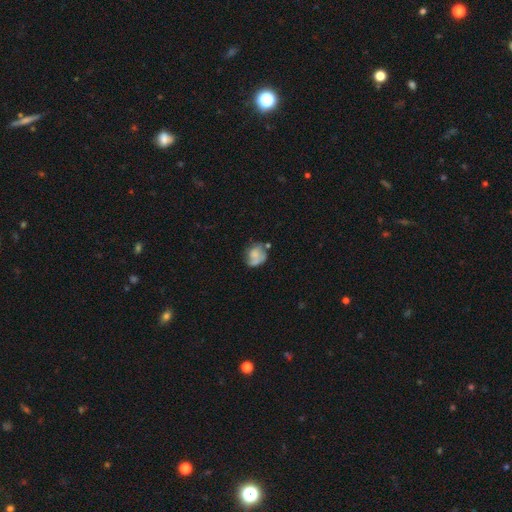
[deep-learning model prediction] A smooth galaxy with no disk features (52%) that is round (56%). Merging: none (39%).